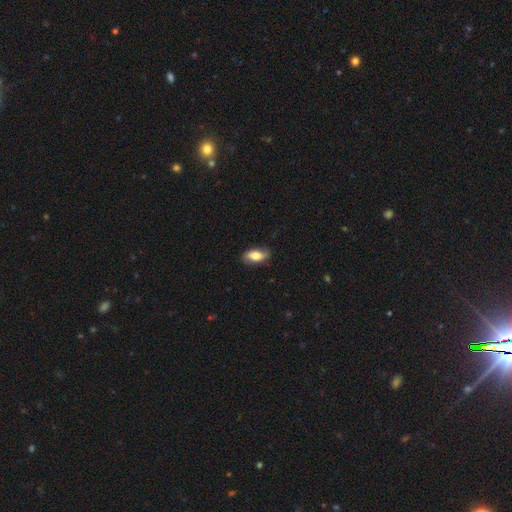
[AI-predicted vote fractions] A smooth galaxy with no disk features (70%) that is in between round and cigar-shaped (89%). Merging: none (82%).